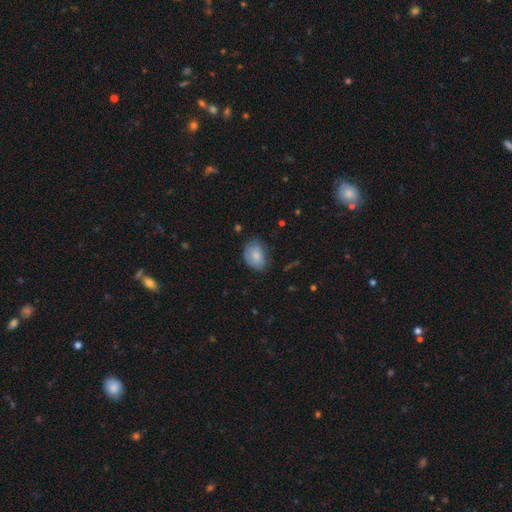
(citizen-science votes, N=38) smooth_or_featured: smooth (p=0.74) [alt: featured or disk p=0.21]
how_rounded: in between (p=0.82) [alt: round p=0.18]
merging: none (p=0.58) [alt: minor disturbance p=0.33]